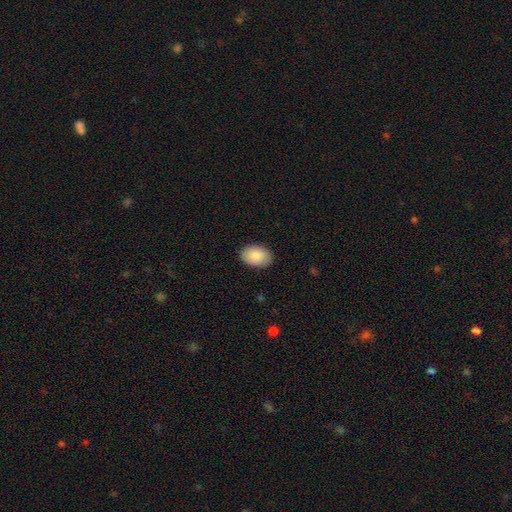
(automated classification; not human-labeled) smooth-or-featured: smooth: 88% | star or artifact: 6% | featured or disk: 6%
  how-rounded: in between: 85% | round: 14% | cigar-shaped: 1%
  merging: none: 89% | minor disturbance: 9% | major disturbance: 2% | merger: 1%